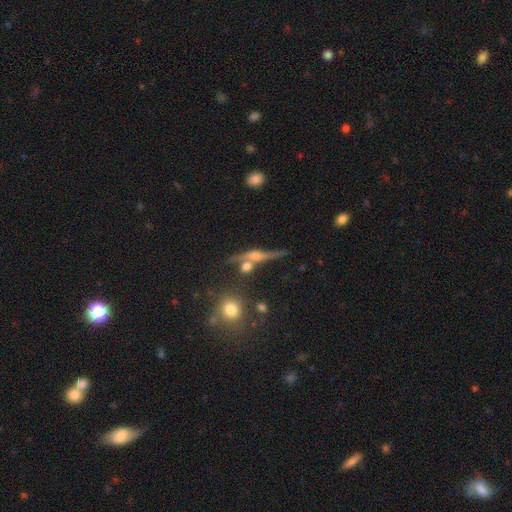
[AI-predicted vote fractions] This appears to be a featured or disk galaxy (71%) viewed edge-on (85%) with a rounded central bulge (78%). Merging: none (60%).